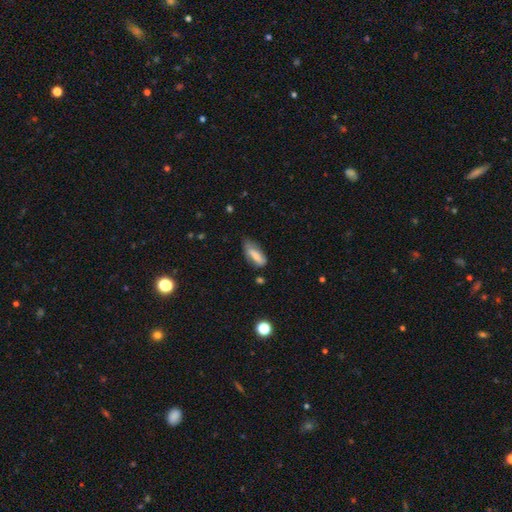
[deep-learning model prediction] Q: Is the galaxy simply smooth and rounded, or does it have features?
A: smooth — 73%.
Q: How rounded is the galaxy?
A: in between — 73%.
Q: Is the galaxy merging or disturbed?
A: none — 48%.